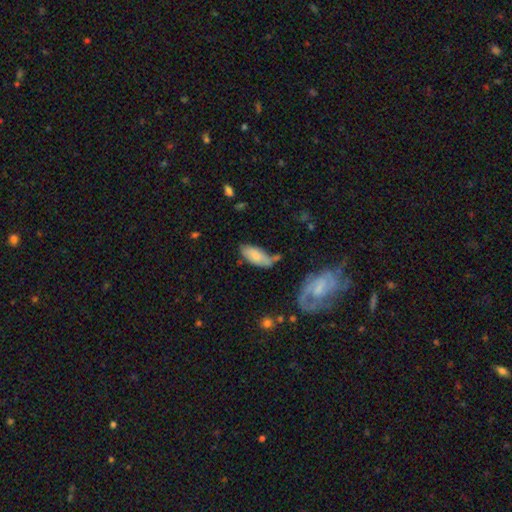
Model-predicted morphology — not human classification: smooth_or_featured: smooth (p=0.74) [alt: featured or disk p=0.19]
how_rounded: in between (p=0.83) [alt: cigar-shaped p=0.15]
merging: none (p=0.51) [alt: minor disturbance p=0.29]